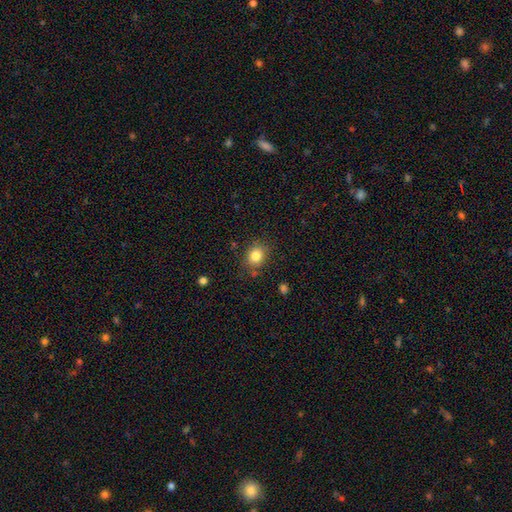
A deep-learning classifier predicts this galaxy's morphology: Q: Smooth or featured?
A: smooth (84%); runner-up: star or artifact (10%)
Q: How rounded?
A: round (63%); runner-up: in between (36%)
Q: Merging?
A: none (80%); runner-up: minor disturbance (13%)